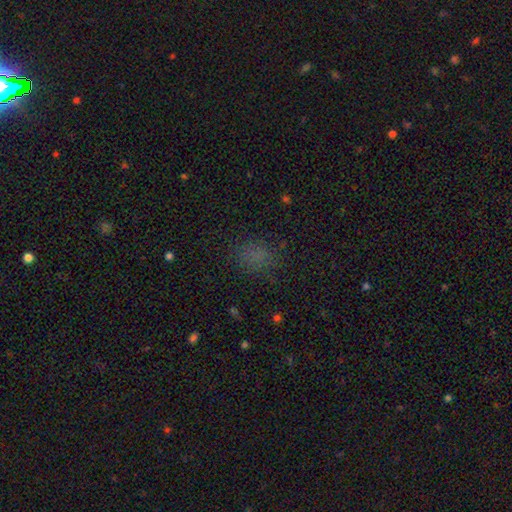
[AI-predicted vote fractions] Overall: smooth (71%). How rounded: round (51%; in between 47%). Merging: none (79%).